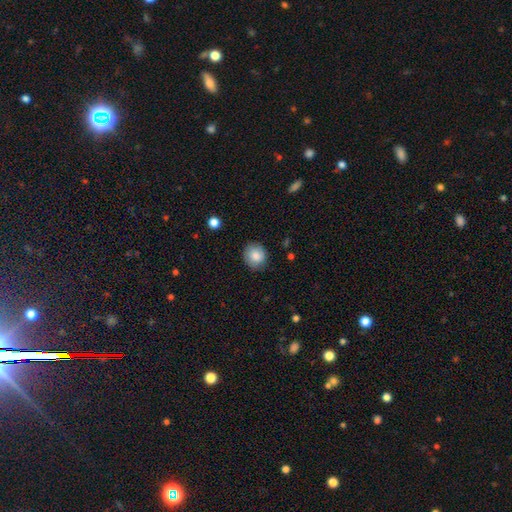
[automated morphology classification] Smooth or featured? smooth (83%)
How rounded? round (82%)
Merging? none (83%)